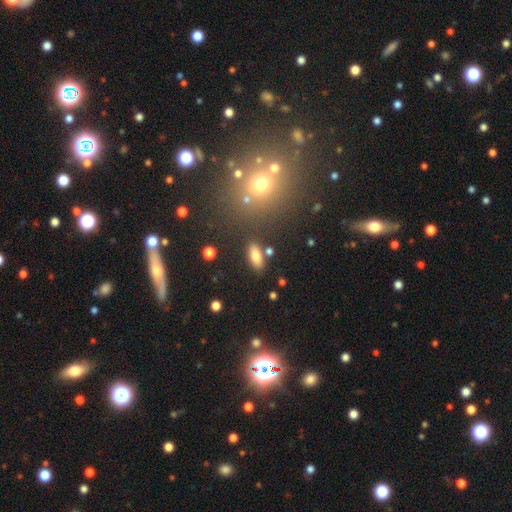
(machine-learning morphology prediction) smooth 80%, featured or disk 11%, star or artifact 9%. Down the decision tree: how rounded — in between (82%); merging — none (82%).